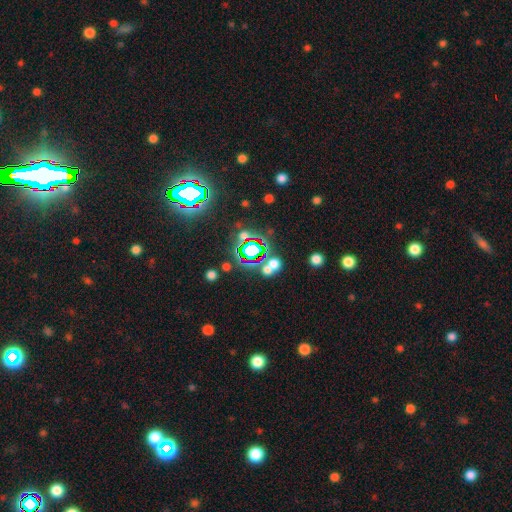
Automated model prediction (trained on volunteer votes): A star or artifact, not a galaxy (69%).